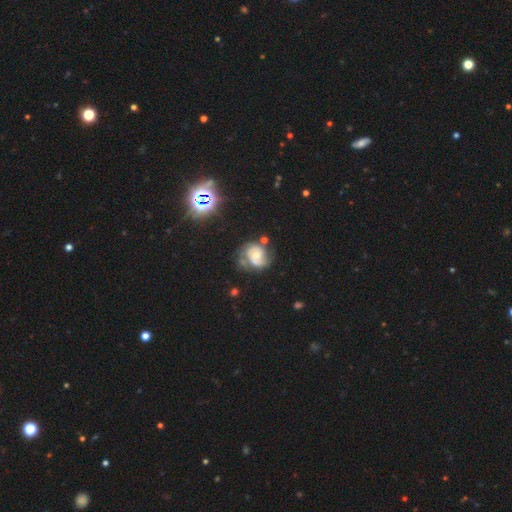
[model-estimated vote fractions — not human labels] Smooth or featured?
  - featured or disk: 72% *
  - smooth: 18%
  - star or artifact: 10%
Edge-on disk?
  - no: 98% *
  - yes: 2%
Bar?
  - no: 64% *
  - weak: 29%
  - strong: 6%
Spiral arms?
  - yes: 90% *
  - no: 10%
Spiral winding?
  - tight: 44% *
  - medium: 41%
  - loose: 15%
Spiral arm count?
  - 2: 69% *
  - can't tell: 16%
  - 1: 7%
  - 3: 5%
  - 4: 2%
  - more than 4: 2%
Bulge size?
  - moderate: 45% * (tied)
  - small: 45% * (tied)
  - none: 4%
  - large: 4%
  - dominant: 1%
Merging?
  - none: 54% *
  - minor disturbance: 25%
  - major disturbance: 14%
  - merger: 7%